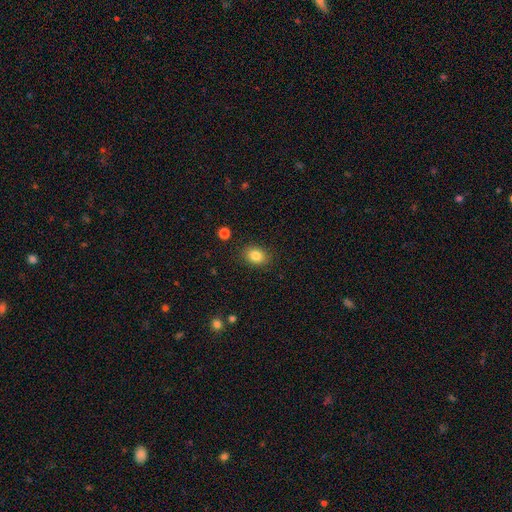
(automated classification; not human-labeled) smooth_or_featured: smooth (p=0.84) [alt: star or artifact p=0.10]
how_rounded: in between (p=0.67) [alt: round p=0.32]
merging: none (p=0.87) [alt: minor disturbance p=0.09]